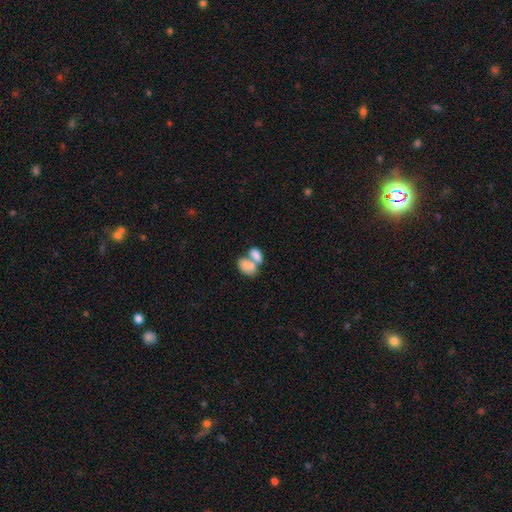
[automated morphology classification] This appears to be a smooth galaxy with no disk features (78%) that is in between round and cigar-shaped (89%). Merging: merger (69%).